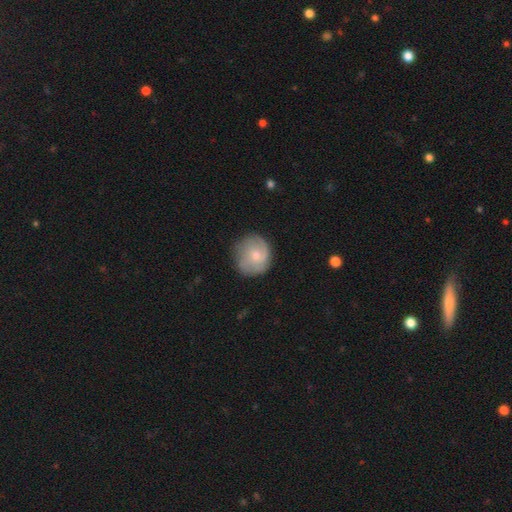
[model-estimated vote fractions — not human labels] A smooth galaxy with no disk features (51%) that is round (82%). Merging: none (72%).